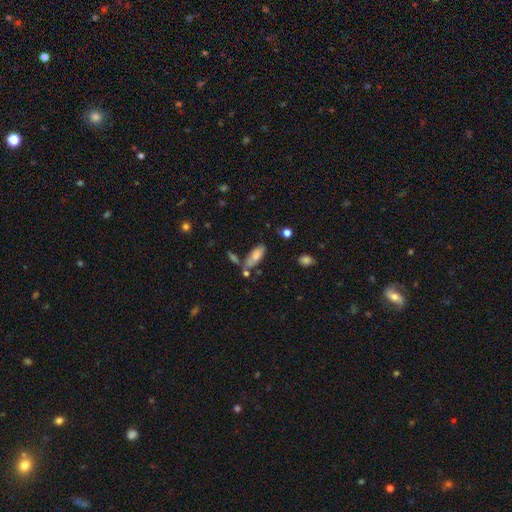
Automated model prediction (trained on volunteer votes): Smooth or featured? Predicted: smooth (p=0.79). How rounded? Predicted: in between (p=0.78). Merging? Predicted: none (p=0.51).